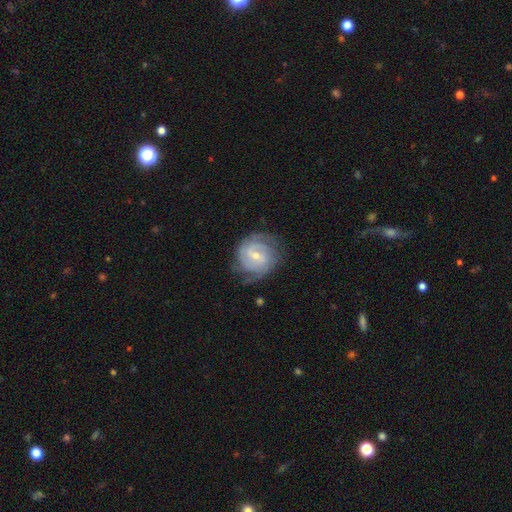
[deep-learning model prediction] Smooth or featured? featured or disk (79%)
Edge-on disk? no (98%)
Bar? weak (56%)
Spiral arms? yes (93%)
Spiral winding? tight (56%)
Spiral arm count? 2 (44%)
Bulge size? small (57%)
Merging? none (72%)